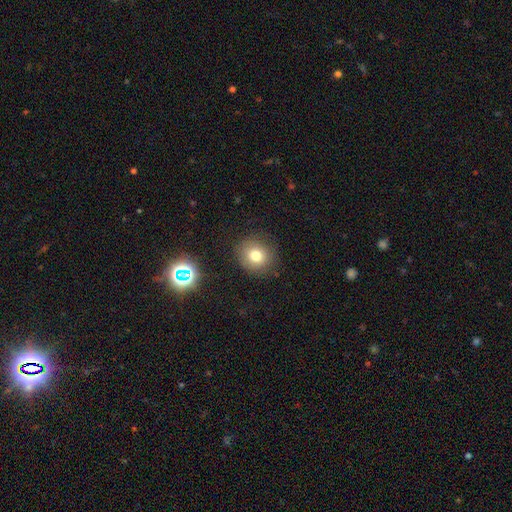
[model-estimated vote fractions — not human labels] Smooth or featured? smooth (76%)
How rounded? round (83%)
Merging? none (85%)